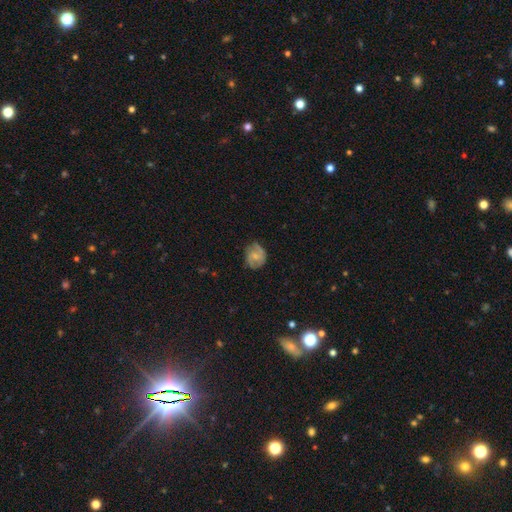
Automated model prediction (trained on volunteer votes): A featured or disk galaxy (56%) with no bar (54%), spiral arms (83%) and a small central bulge (43%). Merging: none (68%).